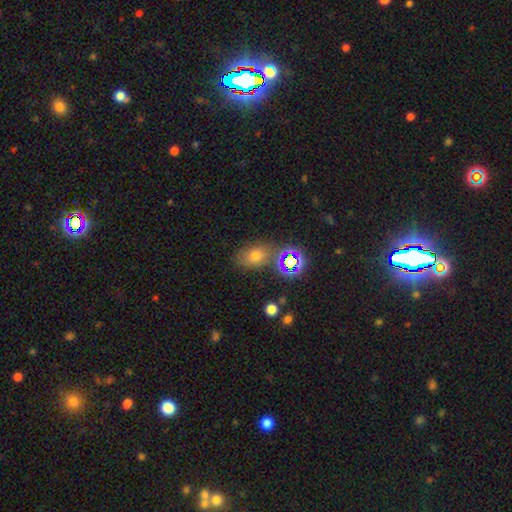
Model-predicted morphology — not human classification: This appears to be a smooth galaxy with no disk features (65%) that is in between round and cigar-shaped (74%). Merging: none (69%).